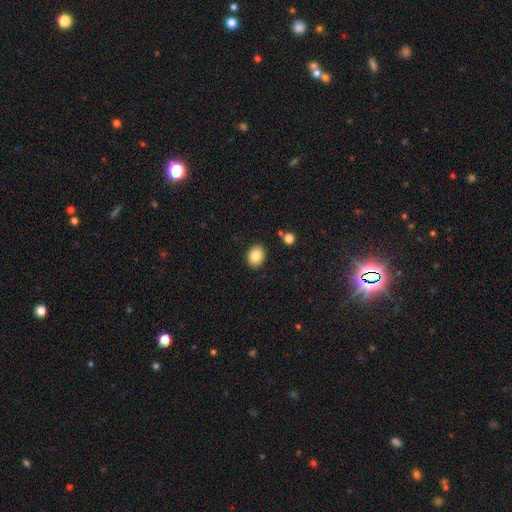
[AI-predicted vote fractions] This is clearly a smooth galaxy (84%). How rounded: possibly in between (57%). Merging: clearly none (89%).